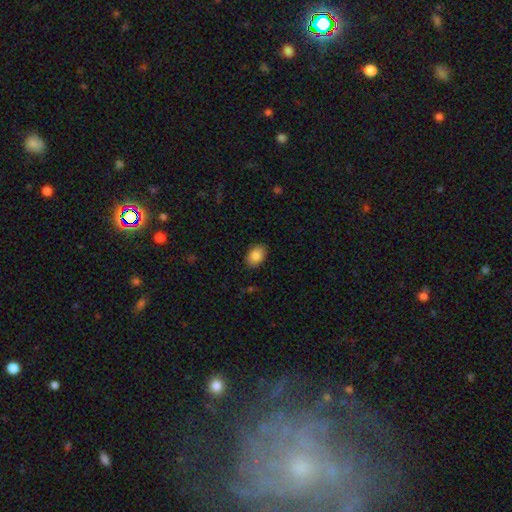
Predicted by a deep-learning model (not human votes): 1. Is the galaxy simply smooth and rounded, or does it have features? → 87% smooth, 7% star or artifact, 6% featured or disk.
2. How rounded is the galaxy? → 85% in between, 14% round, 1% cigar-shaped.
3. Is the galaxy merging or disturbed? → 88% none, 9% minor disturbance, 2% major disturbance, 1% merger.